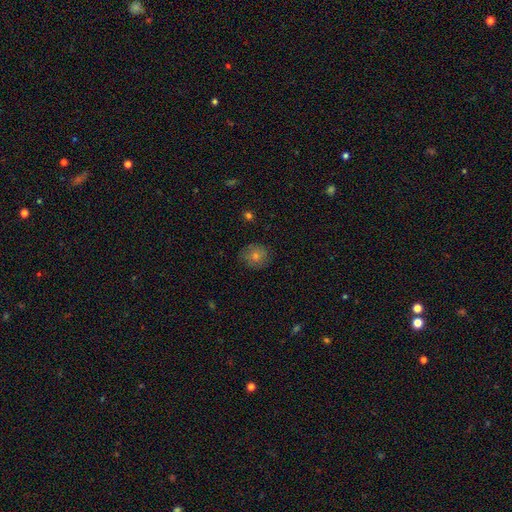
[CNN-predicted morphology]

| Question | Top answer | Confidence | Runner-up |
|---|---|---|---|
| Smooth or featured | smooth | 65% | featured or disk (18%) |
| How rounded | round | 86% | in between (13%) |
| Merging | none | 85% | minor disturbance (11%) |